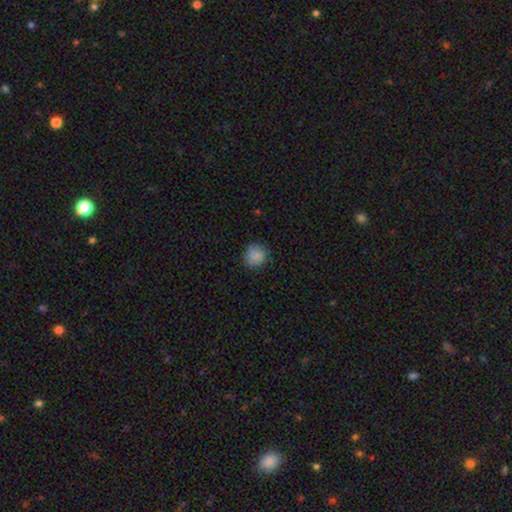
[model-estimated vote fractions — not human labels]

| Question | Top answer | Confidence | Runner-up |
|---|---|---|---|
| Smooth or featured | smooth | 85% | star or artifact (9%) |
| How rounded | round | 89% | in between (10%) |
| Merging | none | 83% | minor disturbance (13%) |